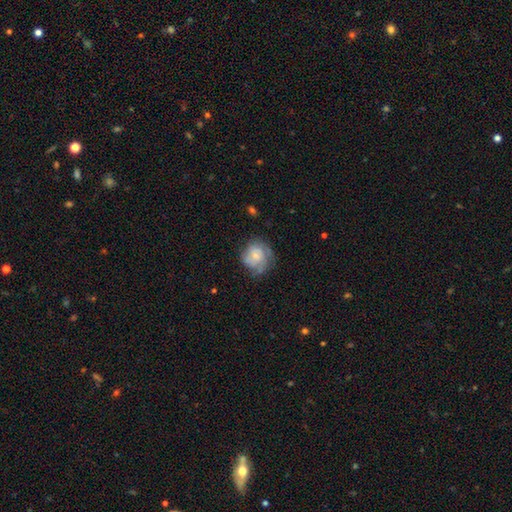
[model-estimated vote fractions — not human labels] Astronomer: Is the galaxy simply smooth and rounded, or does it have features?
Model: featured or disk — 51% (runner-up: smooth, 41%).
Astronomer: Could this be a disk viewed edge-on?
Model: no — 98%.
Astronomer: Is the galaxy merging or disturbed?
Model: none — 55%.